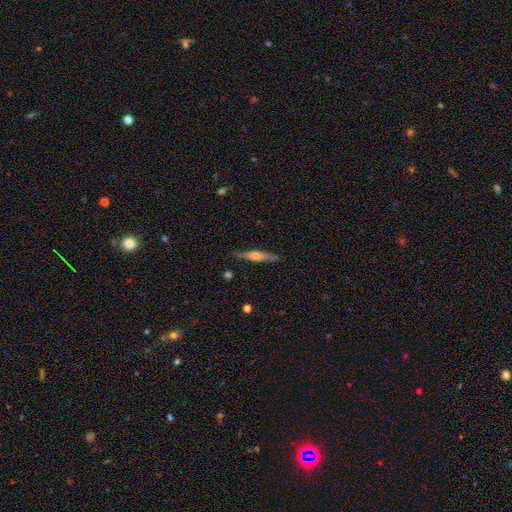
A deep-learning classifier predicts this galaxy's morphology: Overall: featured or disk (52%; smooth 42%). Edge-on disk: yes (96%). Merging: none (86%).